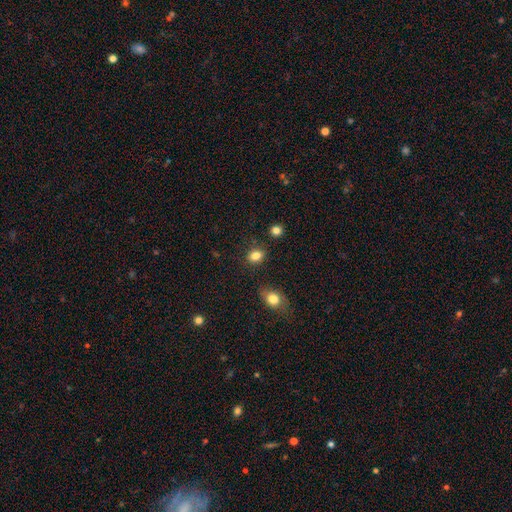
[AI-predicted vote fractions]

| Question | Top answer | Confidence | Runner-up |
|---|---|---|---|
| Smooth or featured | smooth | 83% | star or artifact (11%) |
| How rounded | in between | 52% | round (46%) |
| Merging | none | 81% | minor disturbance (12%) |